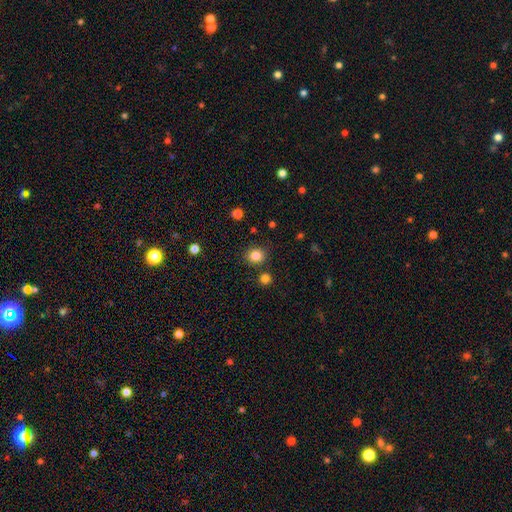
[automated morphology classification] smooth-or-featured: smooth: 84% | star or artifact: 12% | featured or disk: 5%
  how-rounded: round: 81% | in between: 18% | cigar-shaped: 1%
  merging: none: 84% | minor disturbance: 8% | merger: 5% | major disturbance: 3%